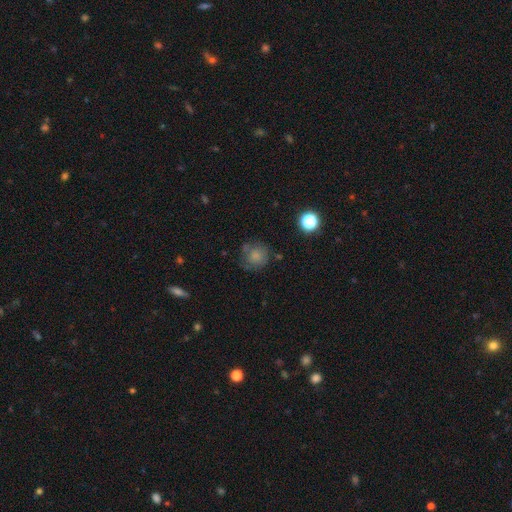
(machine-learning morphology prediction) This is likely a smooth galaxy (72%). How rounded: clearly round (88%). Merging: likely none (62%).